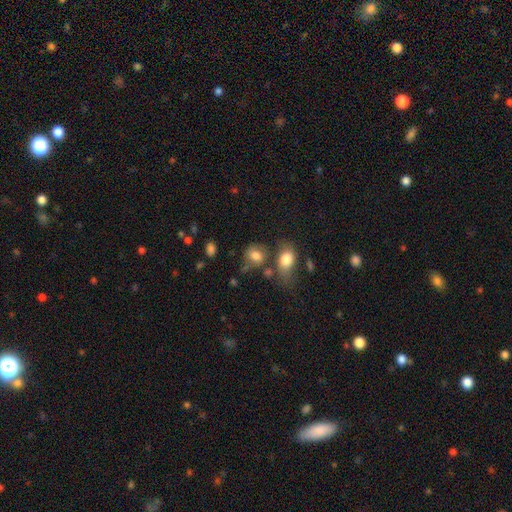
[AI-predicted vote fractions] Overall: smooth (77%). How rounded: round (51%; in between 47%). Merging: none (47%; minor disturbance 21%).